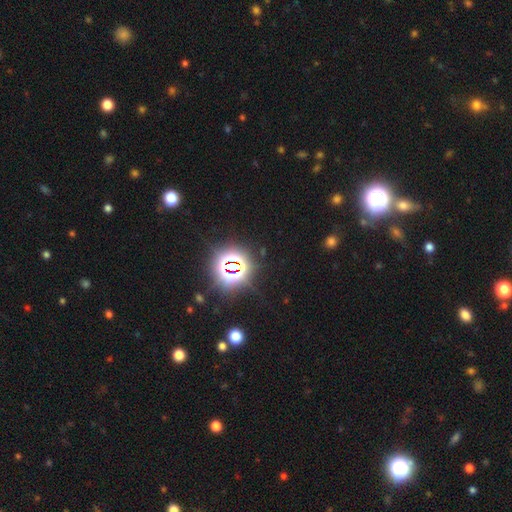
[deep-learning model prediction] A star or artifact, not a galaxy (83%).

Vote fractions:
- Smooth or featured? star or artifact: 83% / smooth: 11% / featured or disk: 6%